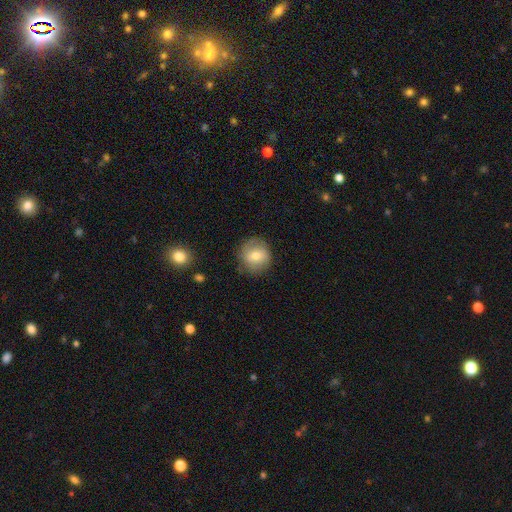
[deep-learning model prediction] Smooth or featured? smooth (70%)
How rounded? round (90%)
Merging? none (81%)